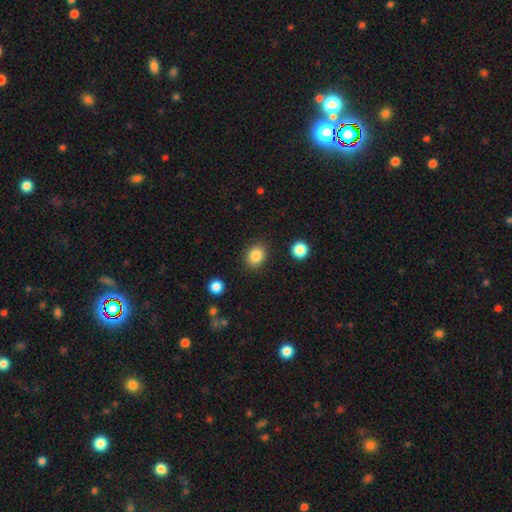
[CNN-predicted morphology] Smooth or featured: smooth — 86% (star or artifact — 10%)
How rounded: round — 51% (in between — 48%)
Merging: none — 87% (minor disturbance — 9%)